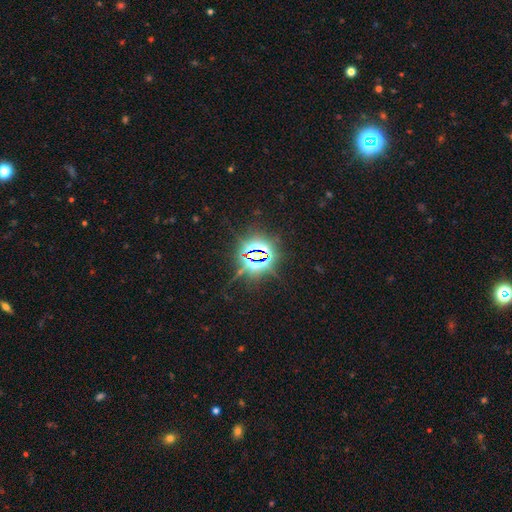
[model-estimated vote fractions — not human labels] star or artifact 84%, smooth 8%, featured or disk 8%.